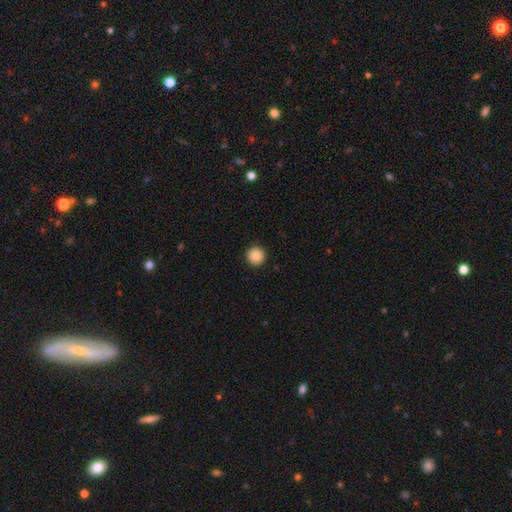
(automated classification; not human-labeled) smooth-or-featured: smooth: 88% | star or artifact: 9% | featured or disk: 3%
  how-rounded: round: 96% | in between: 3% | cigar-shaped: 1%
  merging: none: 93% | minor disturbance: 5% | major disturbance: 2% | merger: 1%